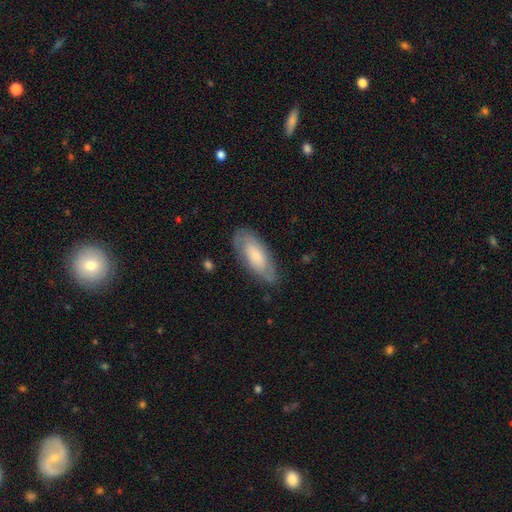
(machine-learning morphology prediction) smooth_or_featured: smooth (p=0.60) [alt: featured or disk p=0.33]
how_rounded: in between (p=0.80) [alt: cigar-shaped p=0.18]
merging: none (p=0.75) [alt: minor disturbance p=0.19]